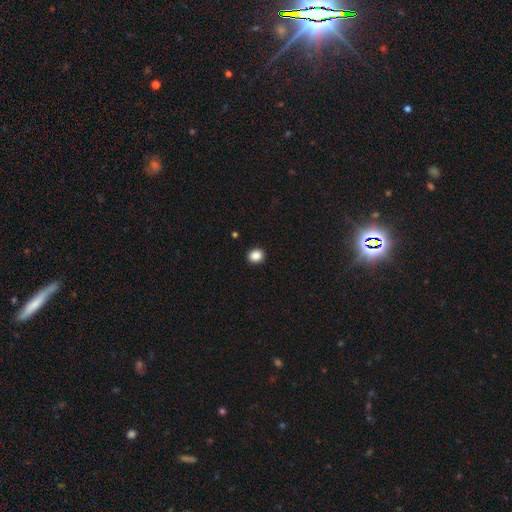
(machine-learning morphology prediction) A smooth galaxy with no disk features (87%) that is round (75%).

Vote fractions:
- Smooth or featured? smooth: 87% / star or artifact: 10% / featured or disk: 3%
- How rounded? round: 75% / in between: 24% / cigar-shaped: 1%
- Merging? none: 92% / minor disturbance: 5% / major disturbance: 2% / merger: 1%